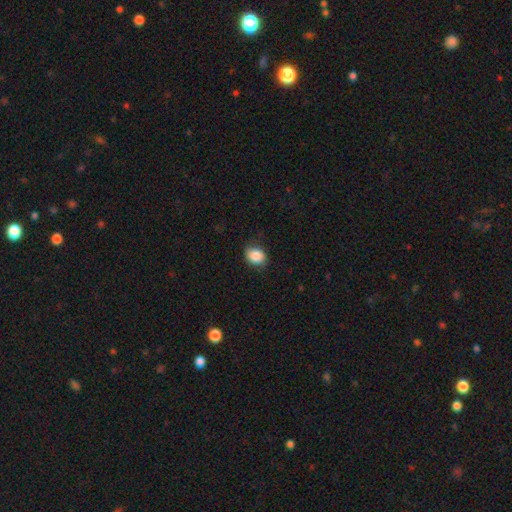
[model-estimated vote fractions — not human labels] Smooth or featured?
  - smooth: 86% *
  - star or artifact: 8%
  - featured or disk: 6%
How rounded?
  - round: 54% *
  - in between: 45%
  - cigar-shaped: 1%
Merging?
  - none: 78% *
  - minor disturbance: 17%
  - major disturbance: 4%
  - merger: 1%